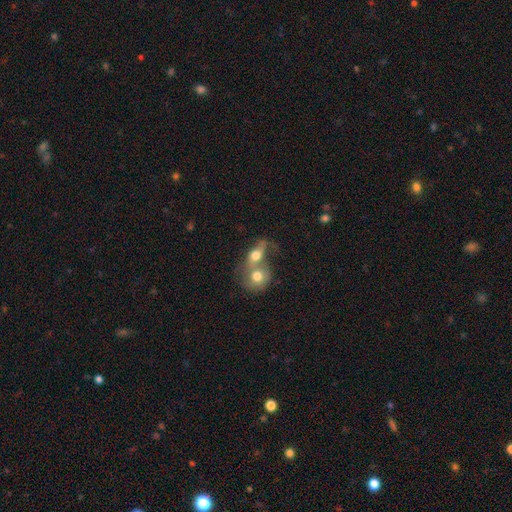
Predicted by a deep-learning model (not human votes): Overall: smooth (63%; featured or disk 28%). How rounded: in between (54%; round 41%). Merging: merger (77%).